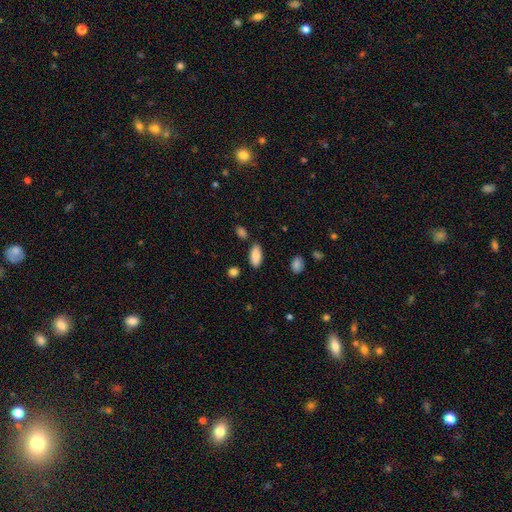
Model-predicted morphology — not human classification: type=smooth (86%); roundness=in between (87%); merging=none (83%).